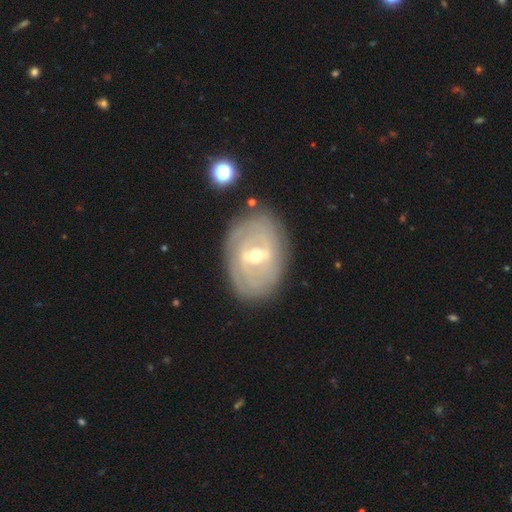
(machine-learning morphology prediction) type=featured or disk (83%); edge-on=no (95%); bar=weak (46%); spiral arms=yes (81%); winding=tight (75%); arm count=can't tell (47%); bulge=moderate (61%); merging=none (82%).